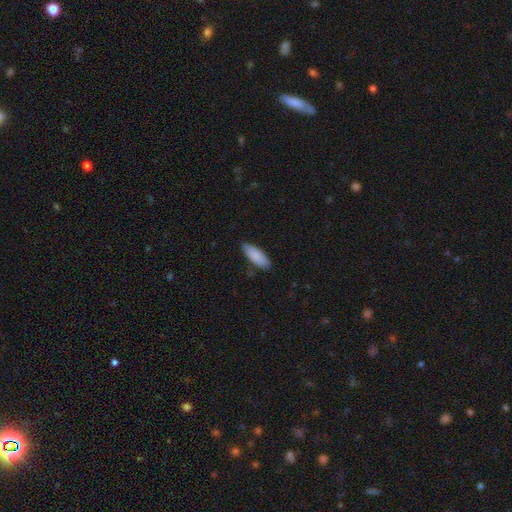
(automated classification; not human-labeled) A smooth galaxy with no disk features (88%) that is in between round and cigar-shaped (73%). Merging: none (81%).